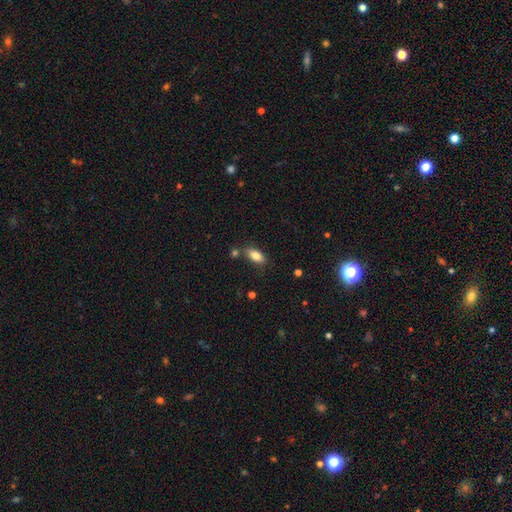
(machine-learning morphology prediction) The model was most divided on "merging": none: 76%, minor disturbance: 13%, merger: 8%, major disturbance: 3%. More confident: how rounded — in between (87%); smooth or featured — smooth (82%).